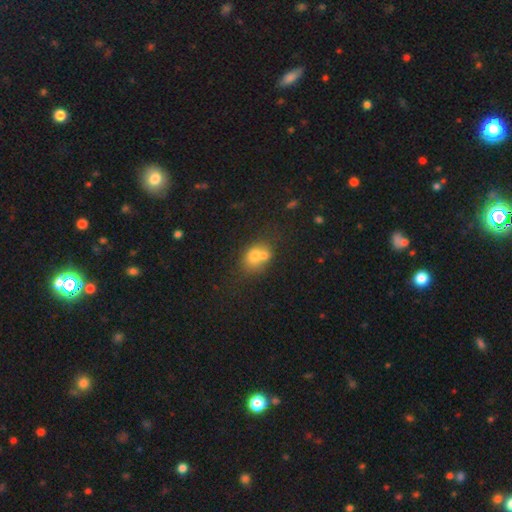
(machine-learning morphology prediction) Smooth or featured: smooth — 67% (featured or disk — 21%)
How rounded: round — 54% (in between — 45%)
Merging: merger — 54% (none — 32%)